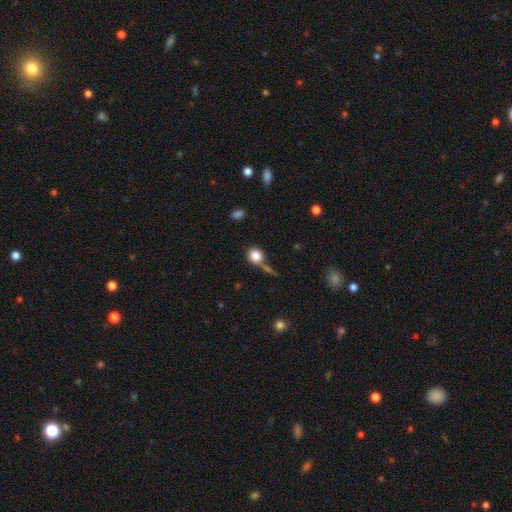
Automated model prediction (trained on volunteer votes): This is clearly a smooth galaxy (83%). How rounded: clearly round (87%). Merging: possibly none (56%).